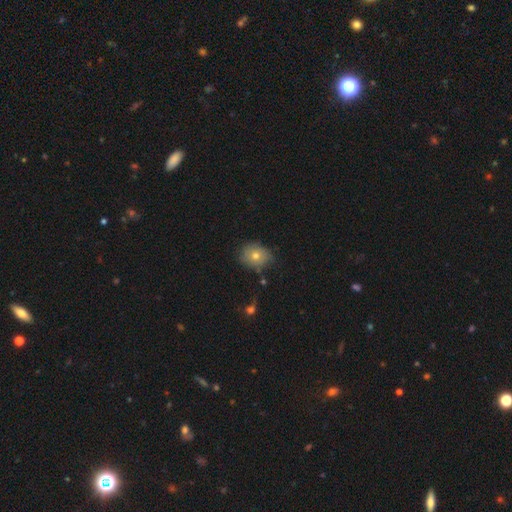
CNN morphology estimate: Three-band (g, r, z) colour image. It shows a smooth galaxy with no disk features (71%) that is round (66%). Merging: none (76%).